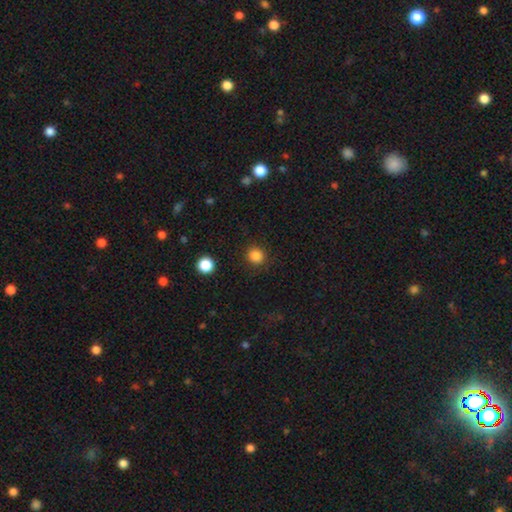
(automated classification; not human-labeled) smooth_or_featured: smooth (p=0.85) [alt: star or artifact p=0.12]
how_rounded: round (p=0.91) [alt: in between p=0.08]
merging: none (p=0.89) [alt: minor disturbance p=0.07]